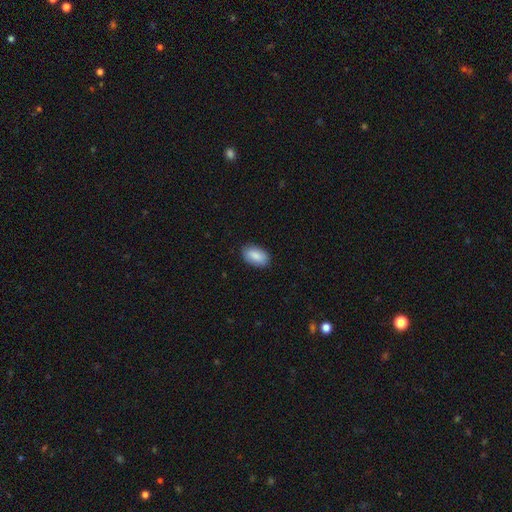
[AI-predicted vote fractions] Overall: smooth (88%). How rounded: in between (93%). Merging: none (87%).